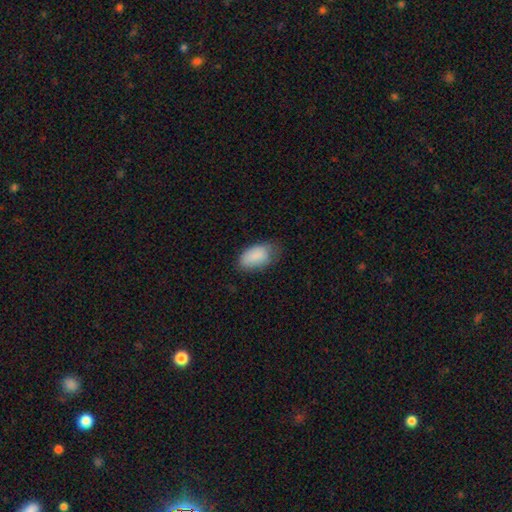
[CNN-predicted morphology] This appears to be a smooth galaxy with no disk features (87%) that is in between round and cigar-shaped (94%). Merging: none (58%).